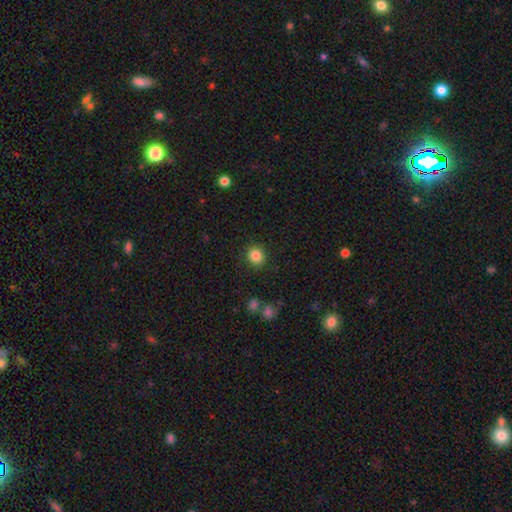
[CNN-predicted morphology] smooth-or-featured: smooth: 84% | star or artifact: 11% | featured or disk: 5%
  how-rounded: round: 86% | in between: 13% | cigar-shaped: 1%
  merging: none: 90% | minor disturbance: 7% | major disturbance: 2% | merger: 1%